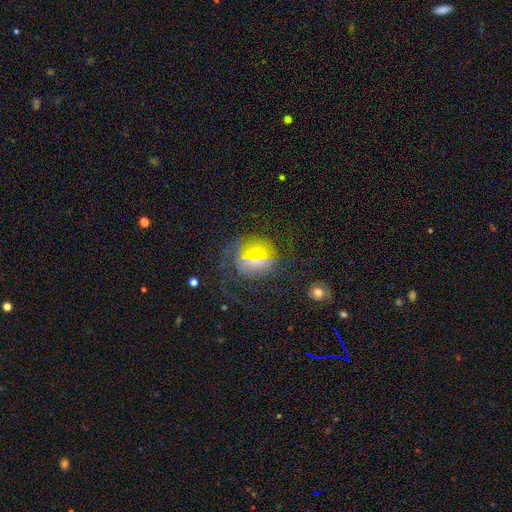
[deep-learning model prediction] The model was most divided on "smooth or featured": smooth: 43%, featured or disk: 30%, star or artifact: 27%. More confident: merging — none (69%).